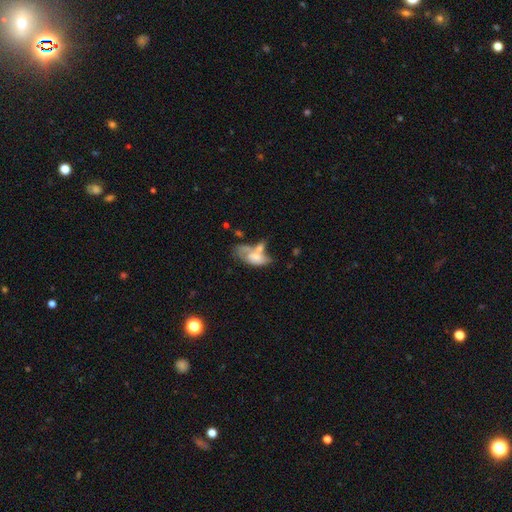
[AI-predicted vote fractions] Smooth or featured: smooth — 58% (featured or disk — 35%)
How rounded: in between — 88% (cigar-shaped — 7%)
Merging: merger — 43% (none — 23%)